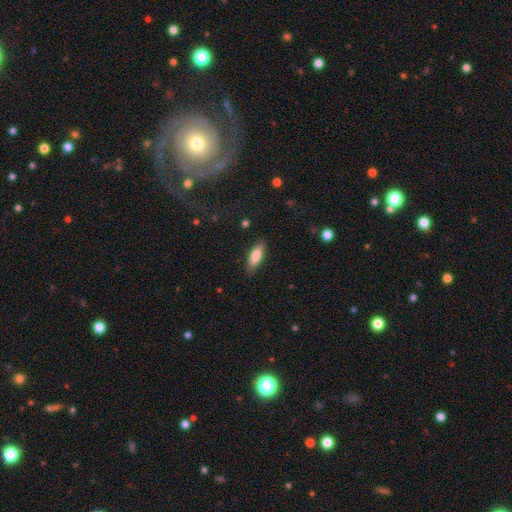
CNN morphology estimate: Overall: smooth (84%). How rounded: in between (64%; cigar-shaped 35%). Merging: none (83%).